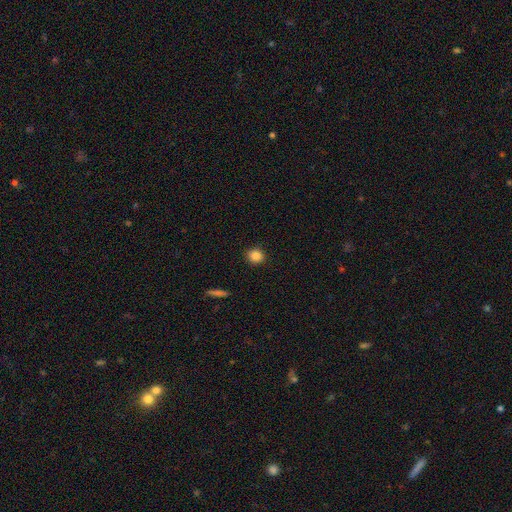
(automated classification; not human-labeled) A smooth galaxy with no disk features (86%) that is round (85%). Merging: none (91%).